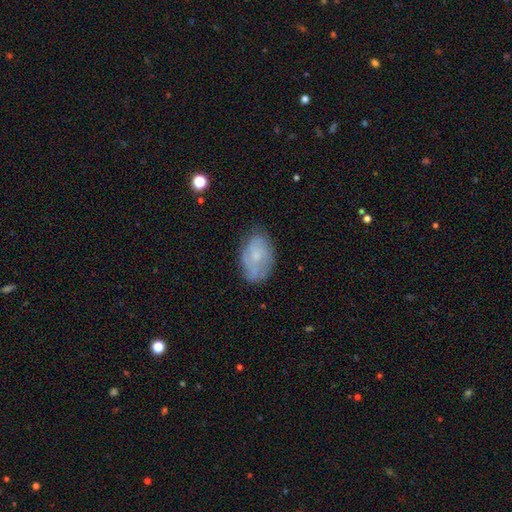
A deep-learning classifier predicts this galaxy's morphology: smooth_or_featured: featured or disk (p=0.48) [alt: smooth p=0.44]
merging: none (p=0.68) [alt: minor disturbance p=0.23]